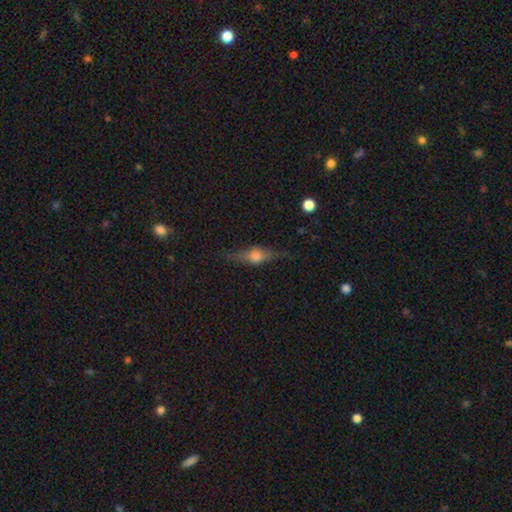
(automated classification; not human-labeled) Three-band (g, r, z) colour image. It shows a featured or disk galaxy (64%) viewed edge-on (94%) with a rounded central bulge (93%). Merging: none (82%).